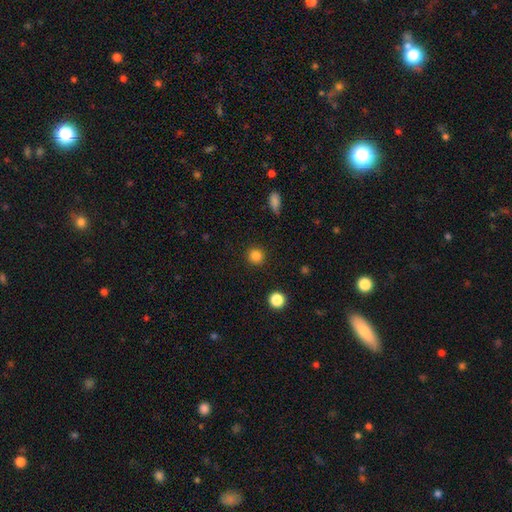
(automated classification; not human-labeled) The model was most divided on "smooth or featured": smooth: 83%, star or artifact: 12%, featured or disk: 5%. More confident: how rounded — round (92%); merging — none (90%).